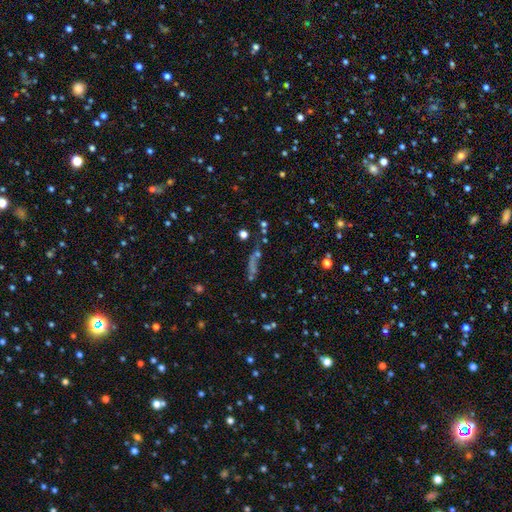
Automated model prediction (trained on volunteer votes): Q: Smooth or featured?
A: smooth (42%); runner-up: star or artifact (38%)
Q: Merging?
A: none (55%); runner-up: minor disturbance (16%)